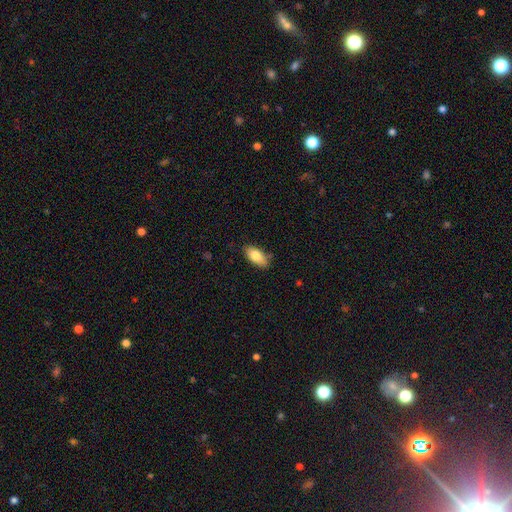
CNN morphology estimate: smooth-or-featured: smooth: 81% | featured or disk: 12% | star or artifact: 7%
  how-rounded: in between: 89% | cigar-shaped: 8% | round: 3%
  merging: none: 82% | minor disturbance: 14% | major disturbance: 2% | merger: 2%